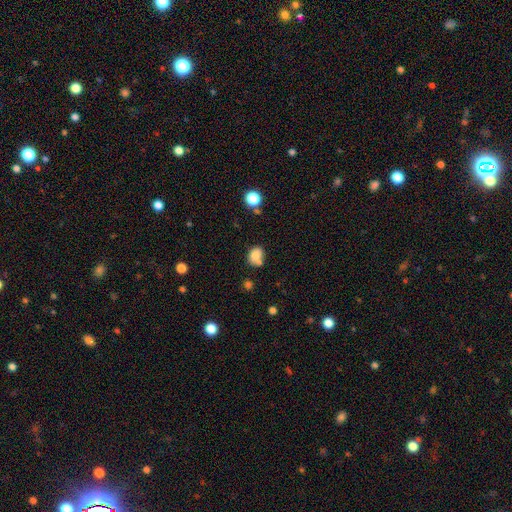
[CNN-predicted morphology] smooth_or_featured: smooth (p=0.80) [alt: star or artifact p=0.11]
how_rounded: in between (p=0.54) [alt: round p=0.45]
merging: none (p=0.53) [alt: merger p=0.23]